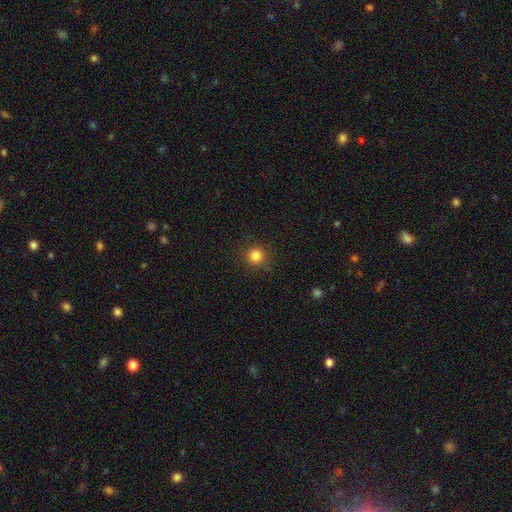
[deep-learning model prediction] This is clearly a smooth galaxy (83%). How rounded: clearly round (93%). Merging: clearly none (90%).